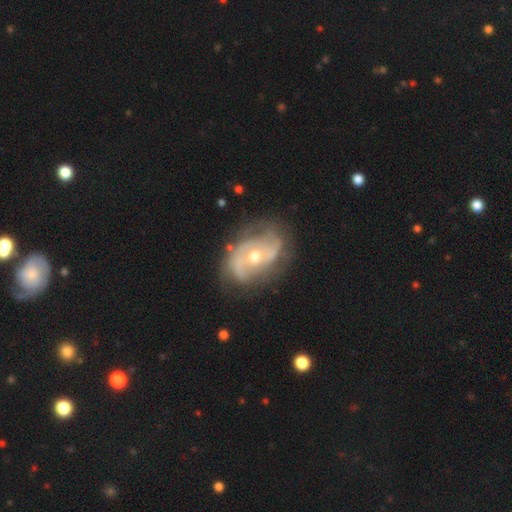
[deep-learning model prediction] Morphology: type=featured or disk (85%); edge-on=no (97%); bar=no (62%); spiral arms=yes (91%); winding=medium (43%); arm count=2 (63%); bulge=moderate (64%); merging=none (68%).